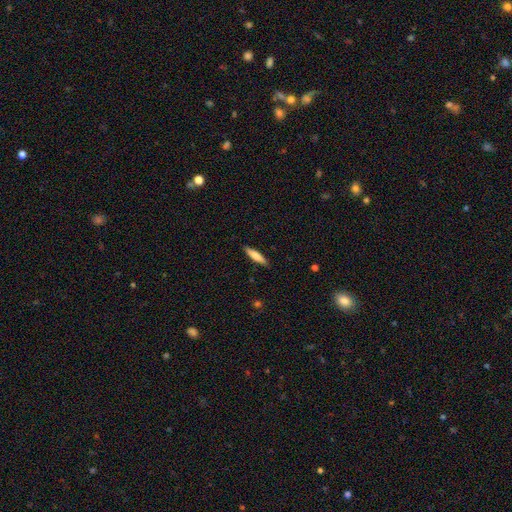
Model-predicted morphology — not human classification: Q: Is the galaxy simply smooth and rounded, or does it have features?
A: smooth — 74%.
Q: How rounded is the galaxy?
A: cigar-shaped — 79%.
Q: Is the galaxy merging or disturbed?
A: none — 88%.